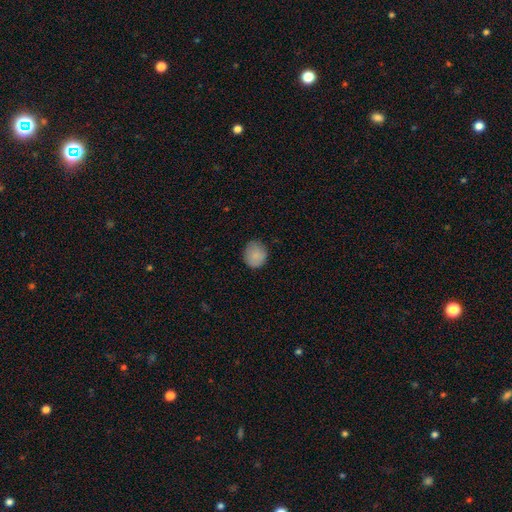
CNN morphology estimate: The model was most divided on "how rounded": round: 81%, in between: 18%, cigar-shaped: 1%. More confident: smooth or featured — smooth (85%); merging — none (80%).